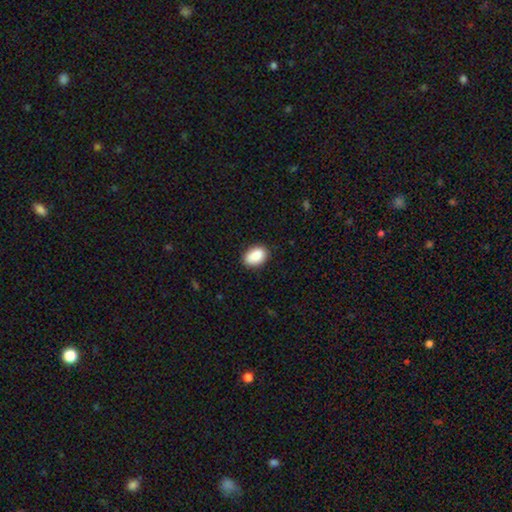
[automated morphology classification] smooth-or-featured: smooth: 89% | star or artifact: 7% | featured or disk: 3%
  how-rounded: in between: 87% | round: 12% | cigar-shaped: 1%
  merging: none: 84% | minor disturbance: 13% | major disturbance: 2% | merger: 1%